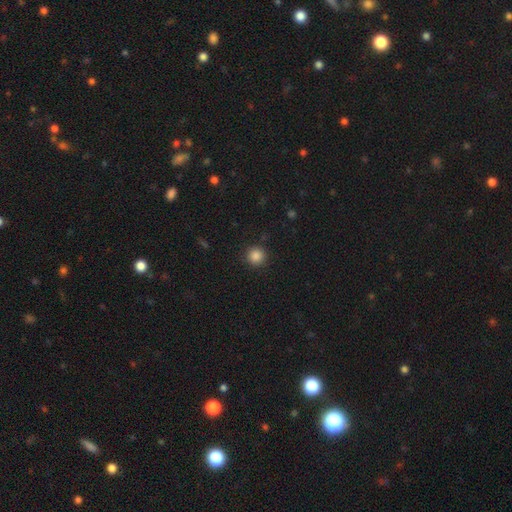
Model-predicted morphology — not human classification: smooth-or-featured: smooth: 86% | star or artifact: 11% | featured or disk: 3%
  how-rounded: round: 95% | in between: 5% | cigar-shaped: 1%
  merging: none: 90% | minor disturbance: 7% | major disturbance: 2% | merger: 1%